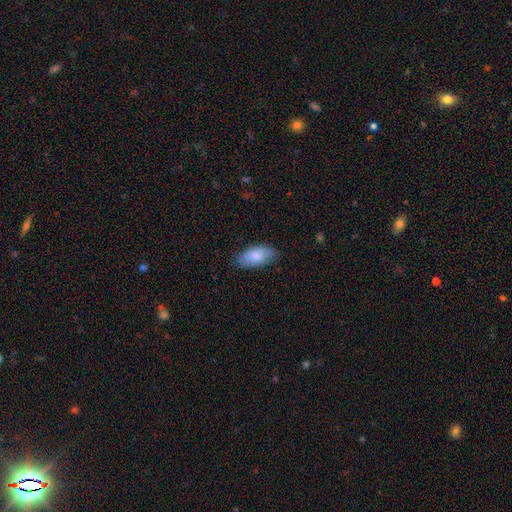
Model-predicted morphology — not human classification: Smooth or featured? smooth (82%)
How rounded? in between (93%)
Merging? none (77%)